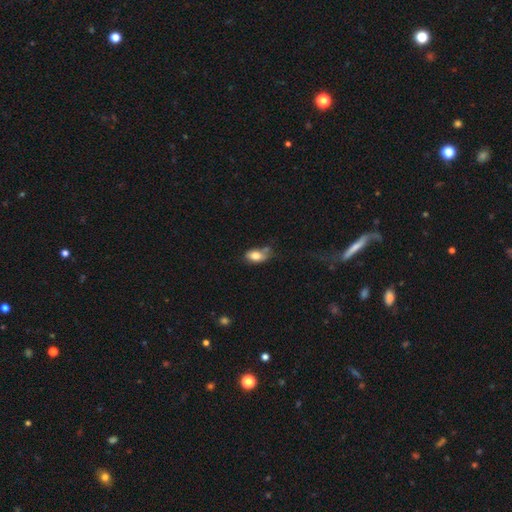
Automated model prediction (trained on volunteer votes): Overall: smooth (78%). How rounded: in between (89%). Merging: none (45%; minor disturbance 31%).